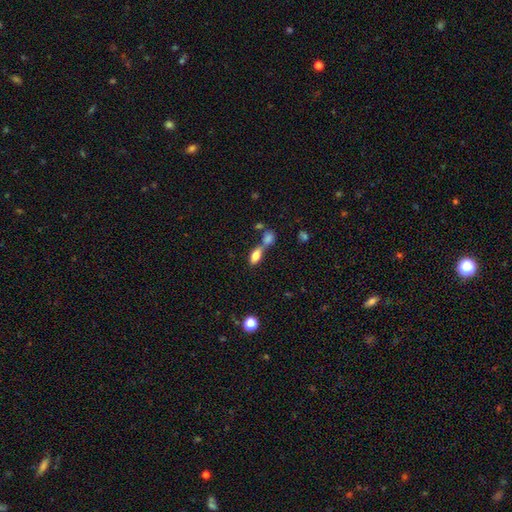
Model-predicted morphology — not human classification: type=smooth (74%); roundness=in between (80%); merging=merger (49%).